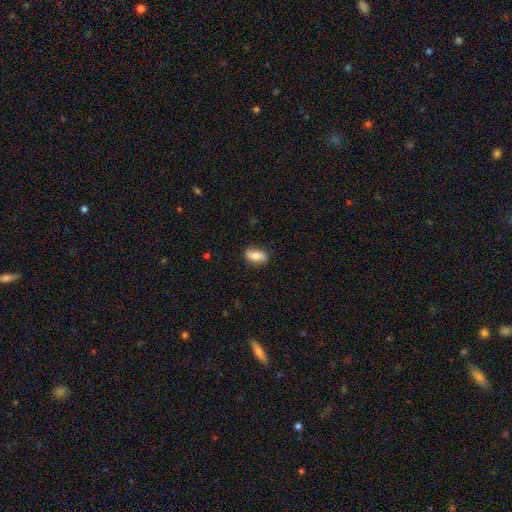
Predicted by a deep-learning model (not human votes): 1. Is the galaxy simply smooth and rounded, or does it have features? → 63% smooth, 29% featured or disk, 8% star or artifact.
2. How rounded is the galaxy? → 89% in between, 7% round, 5% cigar-shaped.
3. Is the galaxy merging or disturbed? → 77% none, 18% minor disturbance, 4% major disturbance, 1% merger.